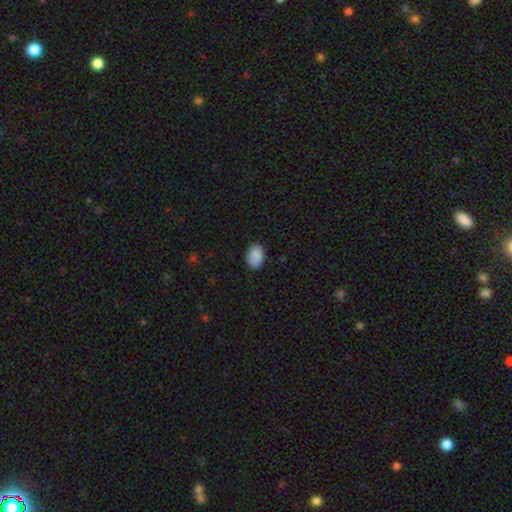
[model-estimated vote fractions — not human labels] This appears to be a smooth galaxy with no disk features (89%) that is in between round and cigar-shaped (84%). Merging: none (85%).